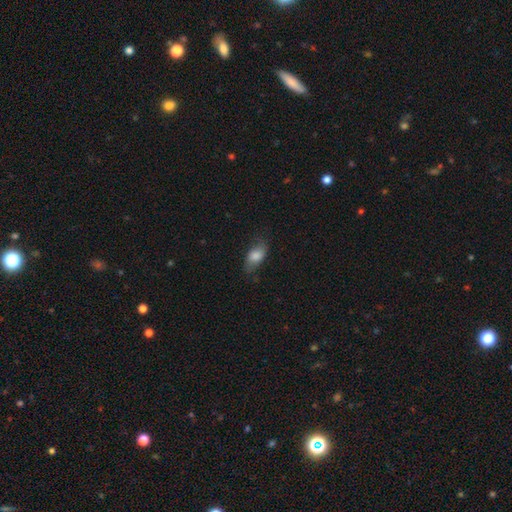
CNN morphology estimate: A smooth galaxy with no disk features (76%) that is in between round and cigar-shaped (89%). Merging: none (67%).